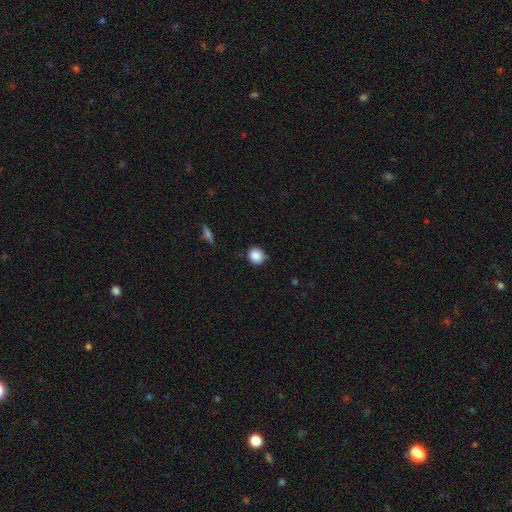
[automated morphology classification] This appears to be a smooth galaxy with no disk features (87%) that is round (86%). Merging: none (79%).